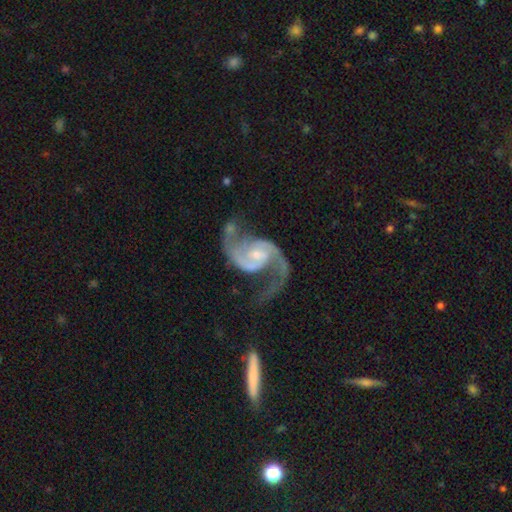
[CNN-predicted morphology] This is clearly a featured or disk galaxy (93%). It is clearly not viewed edge-on (98%). Bar: marginally no (44%). Spiral arm pattern: clearly yes (98%). Spiral arm count: clearly 2 (94%). Spiral winding: possibly medium (48%). Central bulge: likely small (62%). Merging: likely none (66%).